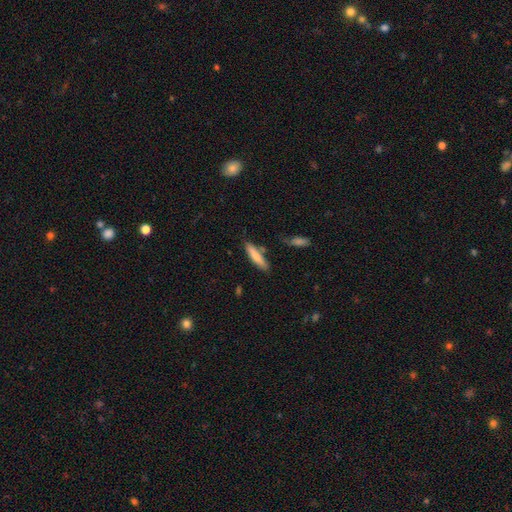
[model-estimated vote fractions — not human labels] Smooth or featured? Predicted: smooth (p=0.75). How rounded? Predicted: cigar-shaped (p=0.77). Merging? Predicted: none (p=0.74).